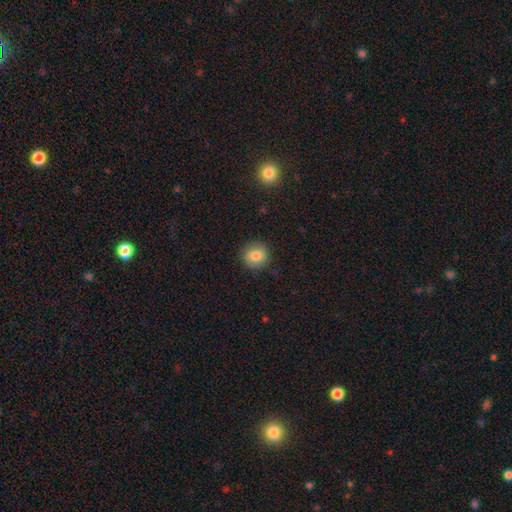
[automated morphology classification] smooth_or_featured: smooth (p=0.83) [alt: star or artifact p=0.10]
how_rounded: round (p=0.91) [alt: in between p=0.08]
merging: none (p=0.88) [alt: minor disturbance p=0.09]